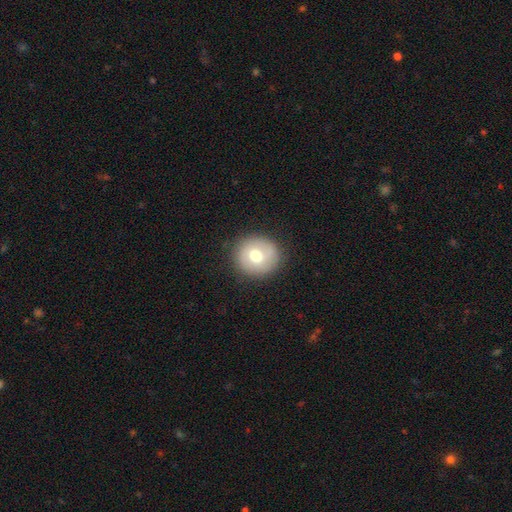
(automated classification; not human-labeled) Smooth or featured?
  - smooth: 68% *
  - featured or disk: 24%
  - star or artifact: 9%
How rounded?
  - round: 90% *
  - in between: 9%
  - cigar-shaped: 1%
Merging?
  - none: 87% *
  - minor disturbance: 9%
  - major disturbance: 3%
  - merger: 1%